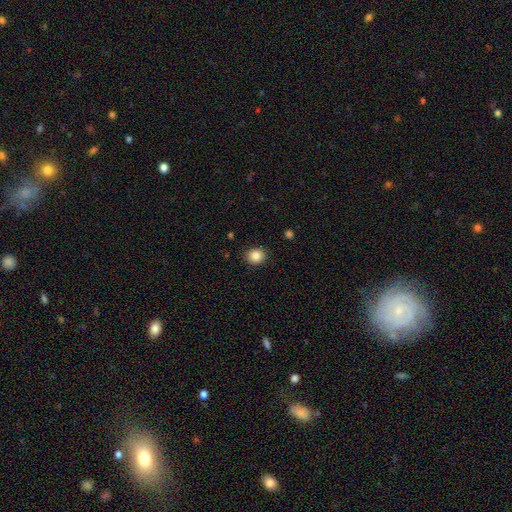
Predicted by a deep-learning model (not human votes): Morphology: type=smooth (86%); roundness=round (77%); merging=none (90%).